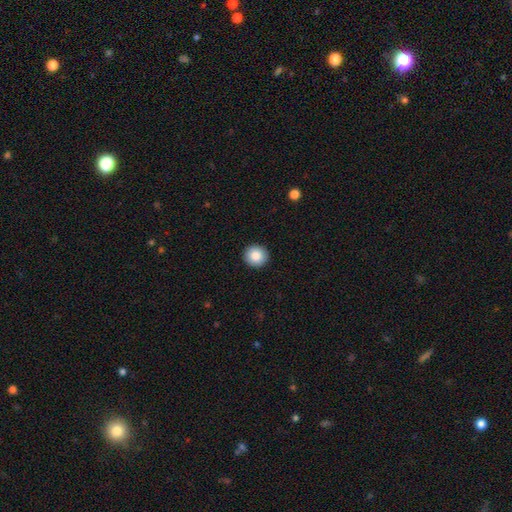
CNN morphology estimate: Smooth or featured: smooth — 86% (star or artifact — 8%)
How rounded: round — 93% (in between — 6%)
Merging: none — 93% (minor disturbance — 5%)